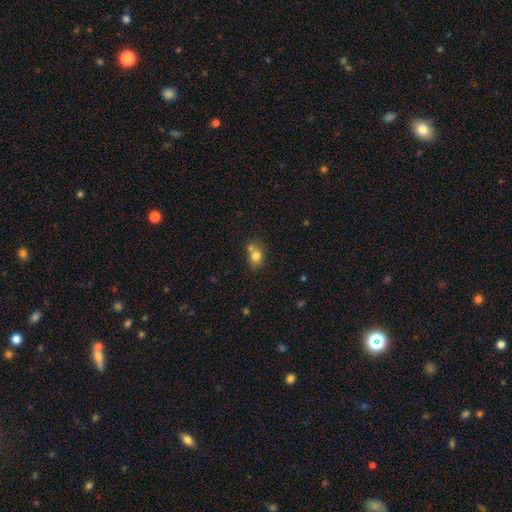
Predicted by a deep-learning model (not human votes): Overall: smooth (78%). How rounded: in between (50%; round 49%). Merging: none (47%; merger 35%).